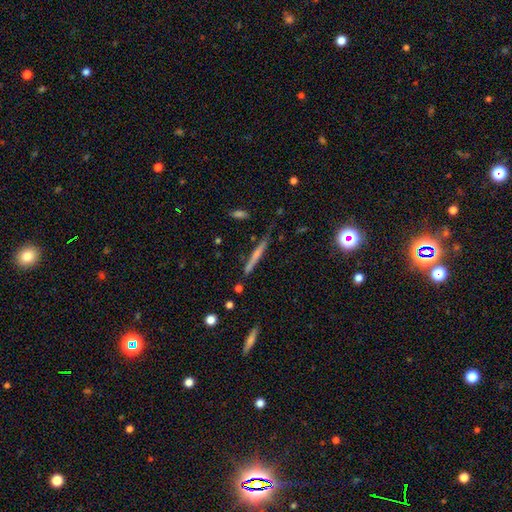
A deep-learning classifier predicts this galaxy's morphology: A smooth galaxy with no disk features (50%) that is cigar-shaped (95%). Merging: none (77%).